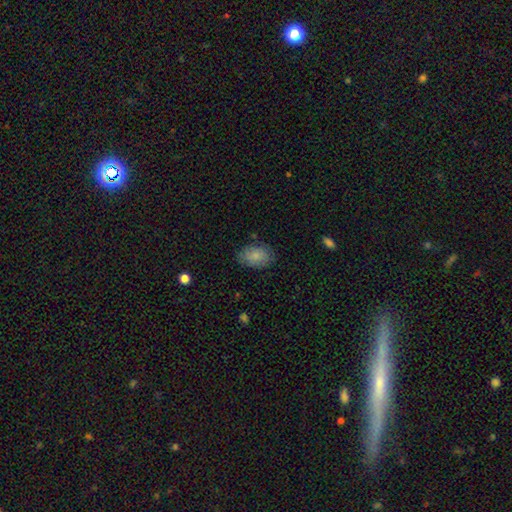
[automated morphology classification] smooth_or_featured: smooth (p=0.83) [alt: featured or disk p=0.10]
how_rounded: in between (p=0.82) [alt: round p=0.17]
merging: none (p=0.79) [alt: minor disturbance p=0.16]